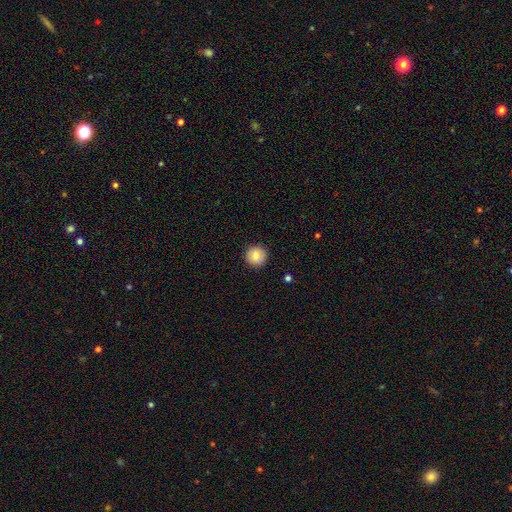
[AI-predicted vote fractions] A smooth galaxy with no disk features (80%) that is round (96%).

Vote fractions:
- Smooth or featured? smooth: 80% / featured or disk: 12% / star or artifact: 9%
- How rounded? round: 96% / in between: 4% / cigar-shaped: 1%
- Merging? none: 91% / minor disturbance: 6% / major disturbance: 2% / merger: 1%